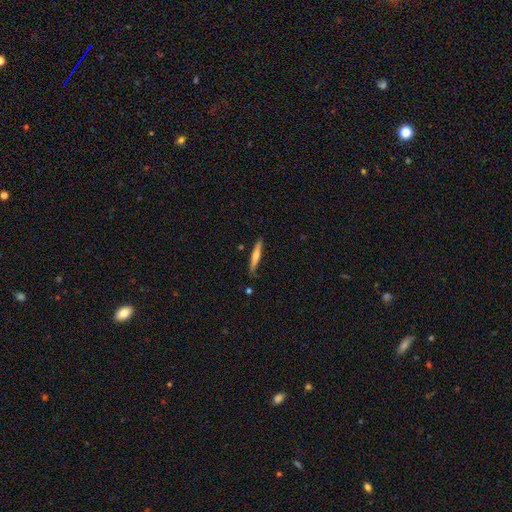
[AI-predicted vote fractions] A smooth galaxy with no disk features (52%) that is cigar-shaped (93%). Merging: none (84%).